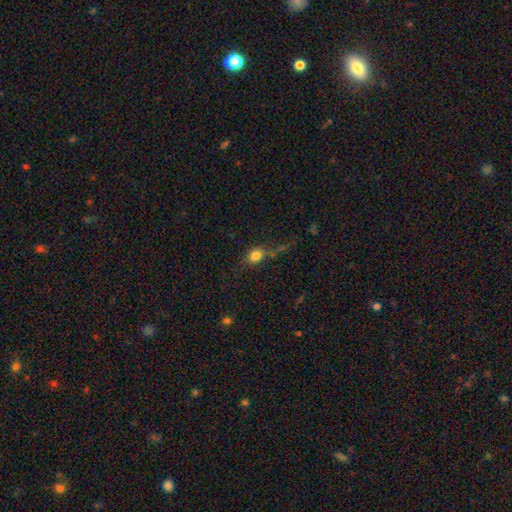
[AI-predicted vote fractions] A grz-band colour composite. It shows a smooth galaxy with no disk features (78%) that is in between round and cigar-shaped (50%). Merging: none (50%).